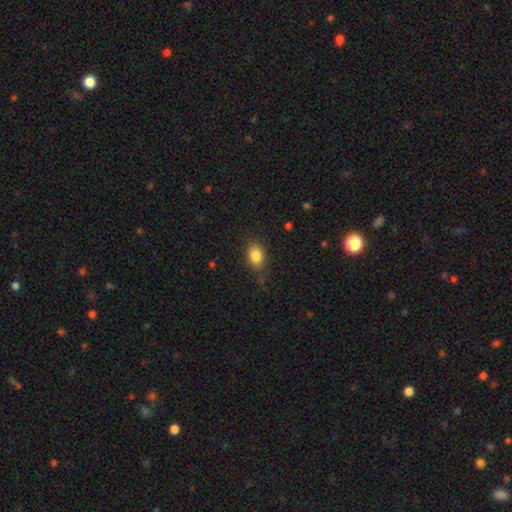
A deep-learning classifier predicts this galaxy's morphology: smooth 85%, star or artifact 9%, featured or disk 7%. Down the decision tree: how rounded — in between (72%); merging — none (76%).